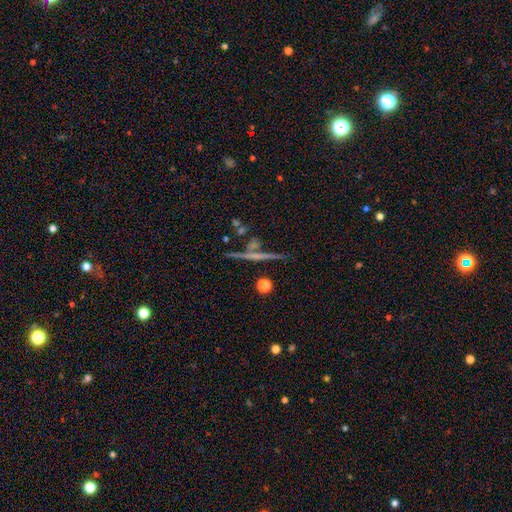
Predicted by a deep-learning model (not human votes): Overall: featured or disk (58%; smooth 27%). Edge-on disk: yes (95%). Edge-on bulge: none (72%). Merging: none (78%).